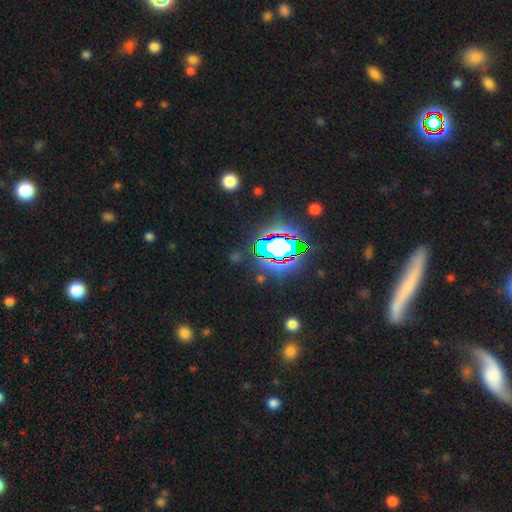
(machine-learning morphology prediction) Smooth or featured?
  - star or artifact: 76% *
  - smooth: 13%
  - featured or disk: 11%